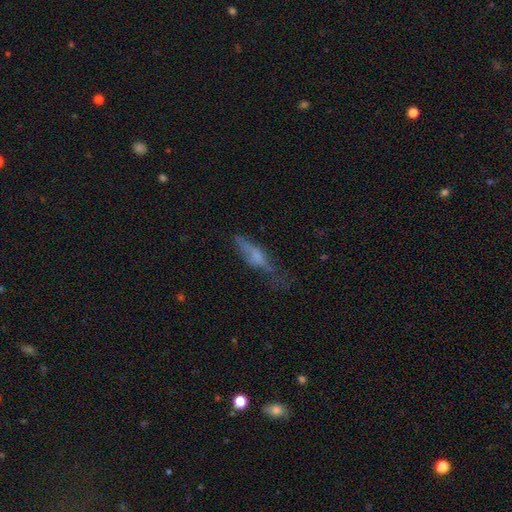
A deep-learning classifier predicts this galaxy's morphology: A smooth galaxy with no disk features (54%) that is cigar-shaped (67%).

Vote fractions:
- Smooth or featured? smooth: 54% / featured or disk: 35% / star or artifact: 11%
- How rounded? cigar-shaped: 67% / in between: 31% / round: 3%
- Merging? none: 38% / minor disturbance: 30% / major disturbance: 28% / merger: 3%